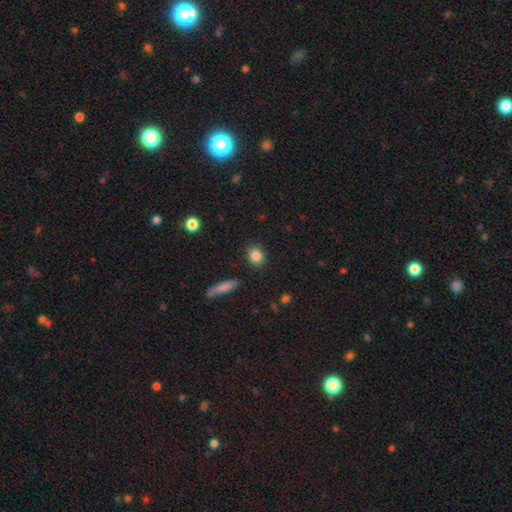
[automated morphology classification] Smooth or featured? smooth (85%)
How rounded? round (67%)
Merging? none (89%)